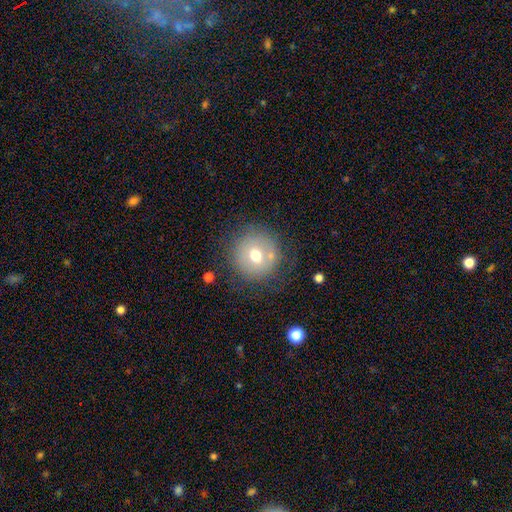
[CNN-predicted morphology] Smooth or featured? Predicted: smooth (p=0.63). How rounded? Predicted: round (p=0.92). Merging? Predicted: none (p=0.72).